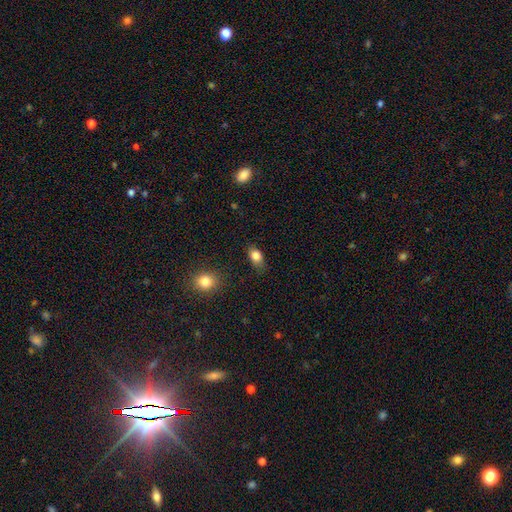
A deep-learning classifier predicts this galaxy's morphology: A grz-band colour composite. It shows a smooth galaxy with no disk features (84%) that is in between round and cigar-shaped (82%). Merging: none (78%).